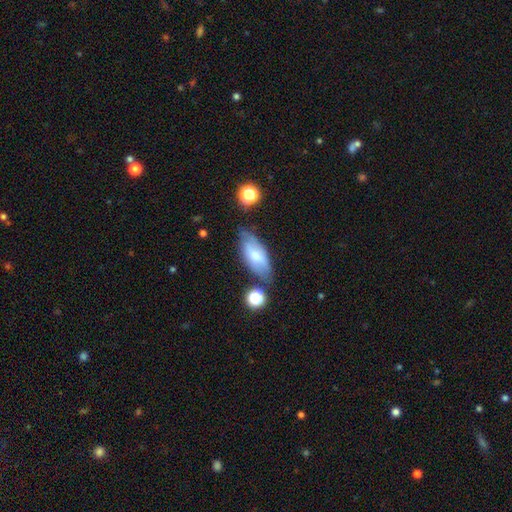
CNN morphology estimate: smooth_or_featured: smooth (p=0.57) [alt: featured or disk p=0.35]
how_rounded: in between (p=0.84) [alt: cigar-shaped p=0.13]
merging: none (p=0.65) [alt: minor disturbance p=0.23]